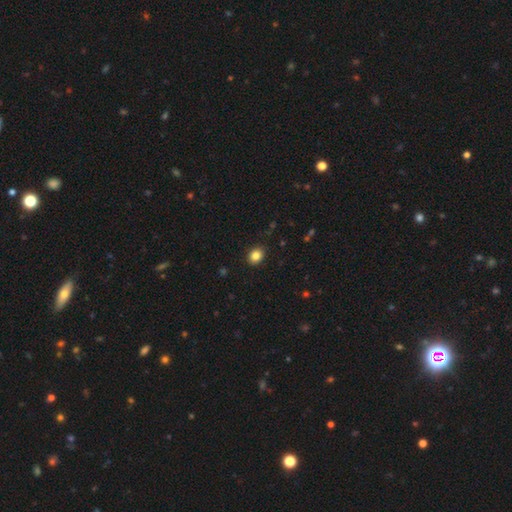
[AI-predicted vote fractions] Q: Smooth or featured?
A: smooth (84%); runner-up: star or artifact (10%)
Q: How rounded?
A: round (52%); runner-up: in between (47%)
Q: Merging?
A: none (89%); runner-up: minor disturbance (8%)